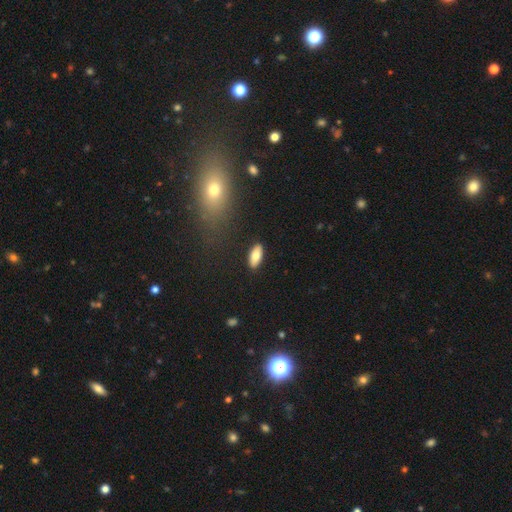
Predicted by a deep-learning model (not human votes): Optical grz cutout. It shows a smooth galaxy with no disk features (81%) that is in between round and cigar-shaped (84%). Merging: none (89%).